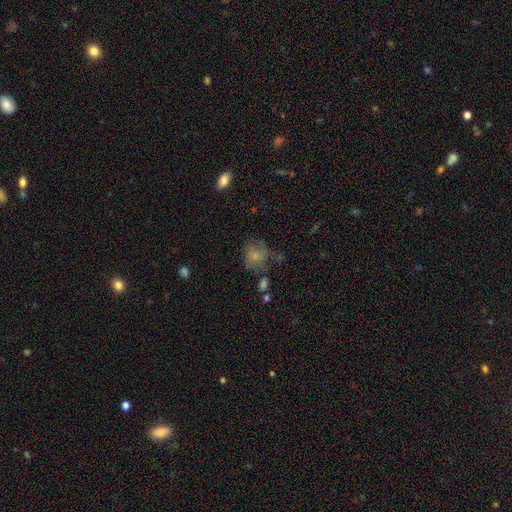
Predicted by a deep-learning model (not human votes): Morphology: type=smooth (66%); roundness=round (67%); merging=none (48%).